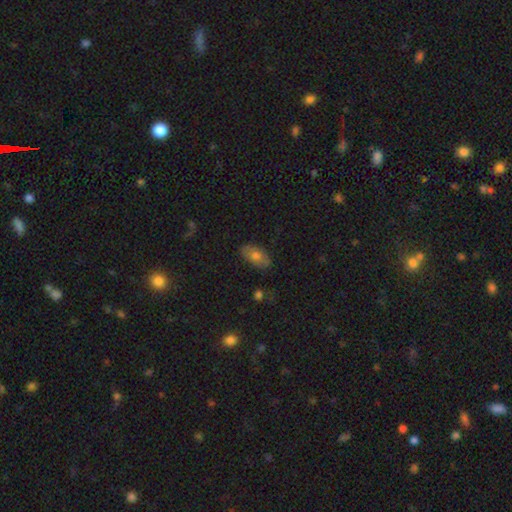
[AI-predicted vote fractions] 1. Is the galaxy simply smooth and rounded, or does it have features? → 71% smooth, 21% featured or disk, 8% star or artifact.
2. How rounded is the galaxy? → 92% in between, 5% round, 3% cigar-shaped.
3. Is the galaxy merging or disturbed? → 82% none, 14% minor disturbance, 3% major disturbance, 1% merger.